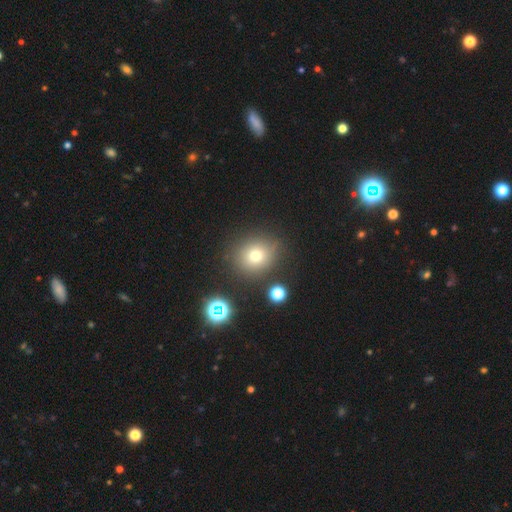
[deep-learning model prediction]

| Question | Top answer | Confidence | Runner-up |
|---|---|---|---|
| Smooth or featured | smooth | 72% | star or artifact (18%) |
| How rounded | round | 83% | in between (16%) |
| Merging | none | 82% | minor disturbance (10%) |